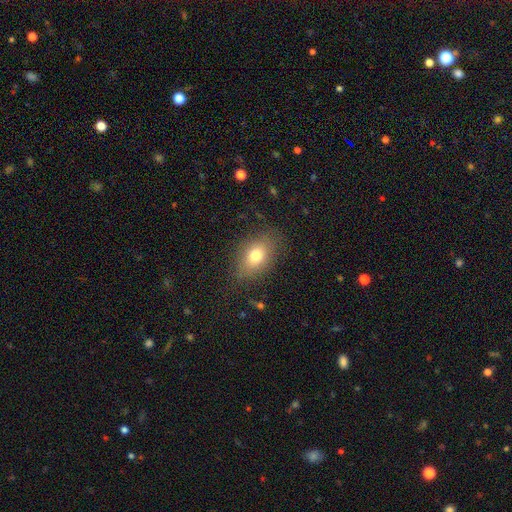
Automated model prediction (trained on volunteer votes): Overall: smooth (76%). How rounded: in between (80%). Merging: none (79%).